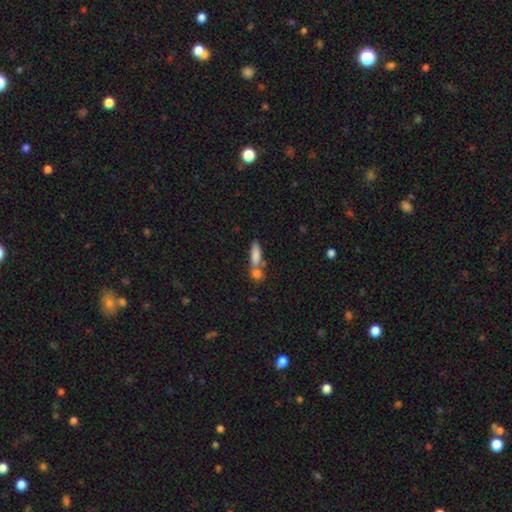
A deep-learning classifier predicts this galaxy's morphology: This is clearly a smooth galaxy (81%). How rounded: possibly cigar-shaped (49%). Merging: marginally none (44%).